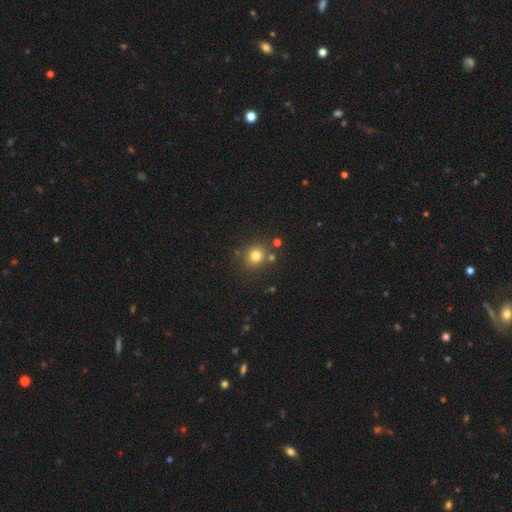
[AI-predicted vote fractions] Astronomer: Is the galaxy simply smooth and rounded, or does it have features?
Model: smooth — 77%.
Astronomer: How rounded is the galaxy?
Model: round — 83%.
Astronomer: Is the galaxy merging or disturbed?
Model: none — 78%.